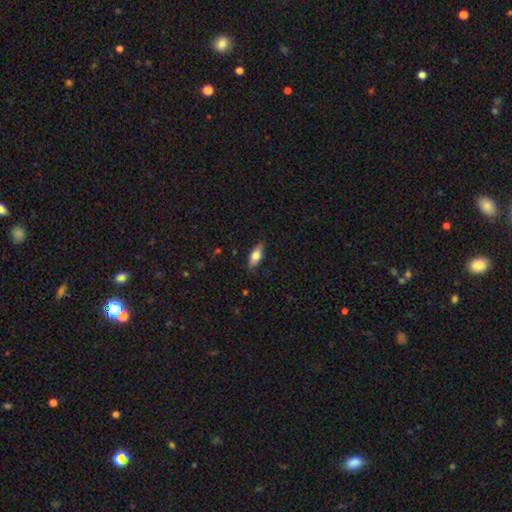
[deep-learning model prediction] Smooth or featured?
  - smooth: 76% *
  - featured or disk: 18%
  - star or artifact: 6%
How rounded?
  - in between: 78% *
  - cigar-shaped: 20%
  - round: 3%
Merging?
  - none: 83% *
  - minor disturbance: 13%
  - major disturbance: 3%
  - merger: 1%